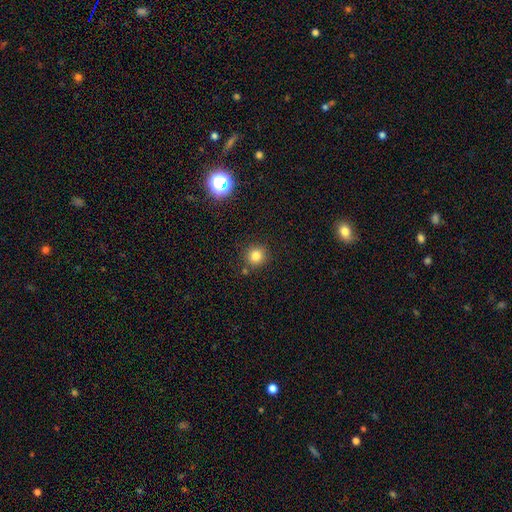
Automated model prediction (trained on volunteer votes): Morphology: type=smooth (81%); roundness=round (92%); merging=none (83%).